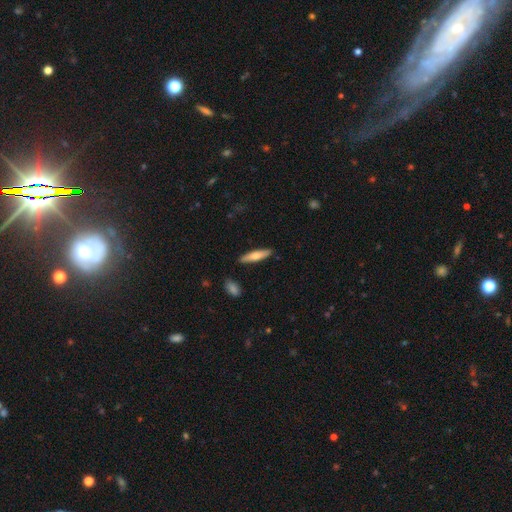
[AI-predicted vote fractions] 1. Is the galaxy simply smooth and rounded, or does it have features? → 66% smooth, 29% featured or disk, 5% star or artifact.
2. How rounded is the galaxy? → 80% cigar-shaped, 19% in between, 2% round.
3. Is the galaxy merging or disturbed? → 88% none, 9% minor disturbance, 2% merger, 2% major disturbance.